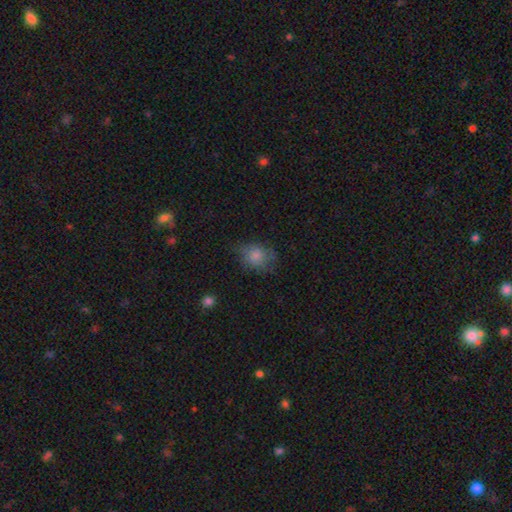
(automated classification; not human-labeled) The model was most divided on "how rounded": round: 53%, in between: 46%, cigar-shaped: 1%. More confident: smooth or featured — smooth (77%); merging — none (59%).